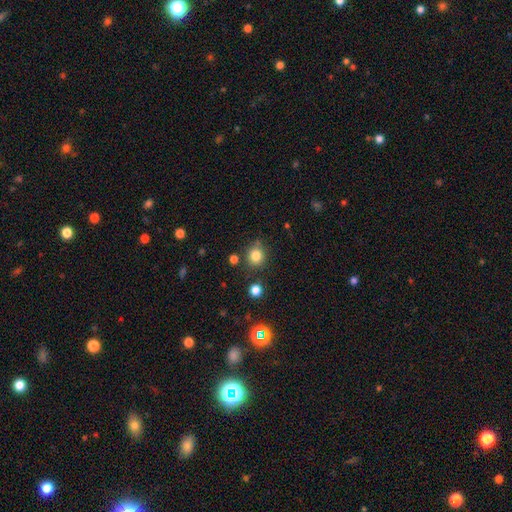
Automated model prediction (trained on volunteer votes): Morphology: type=smooth (81%); roundness=round (85%); merging=none (79%).